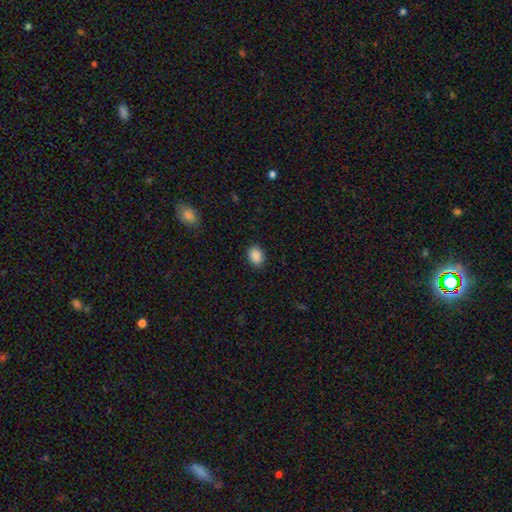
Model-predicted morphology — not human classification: Smooth or featured?
  - smooth: 89% *
  - star or artifact: 8%
  - featured or disk: 3%
How rounded?
  - in between: 70% *
  - round: 29%
  - cigar-shaped: 1%
Merging?
  - none: 88% *
  - minor disturbance: 8%
  - major disturbance: 2%
  - merger: 1%